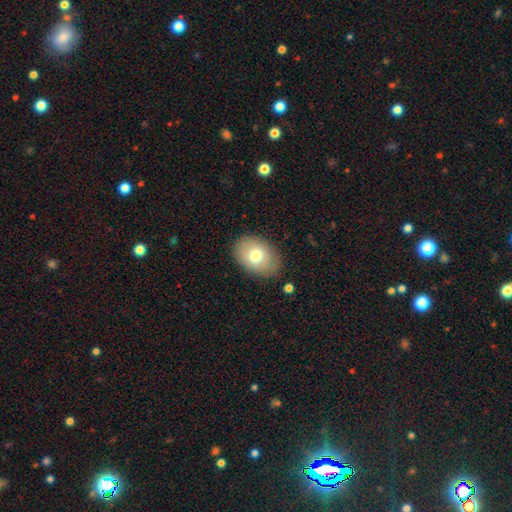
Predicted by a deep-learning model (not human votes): Smooth or featured? Predicted: smooth (p=0.73). How rounded? Predicted: in between (p=0.81). Merging? Predicted: none (p=0.83).